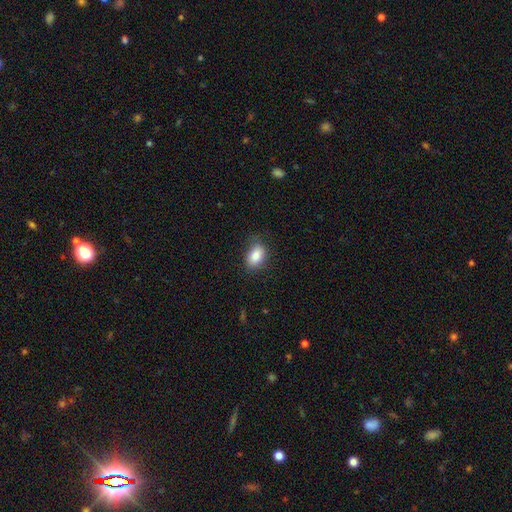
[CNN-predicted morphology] smooth_or_featured: smooth (p=0.85) [alt: star or artifact p=0.08]
how_rounded: in between (p=0.83) [alt: round p=0.16]
merging: none (p=0.76) [alt: minor disturbance p=0.19]